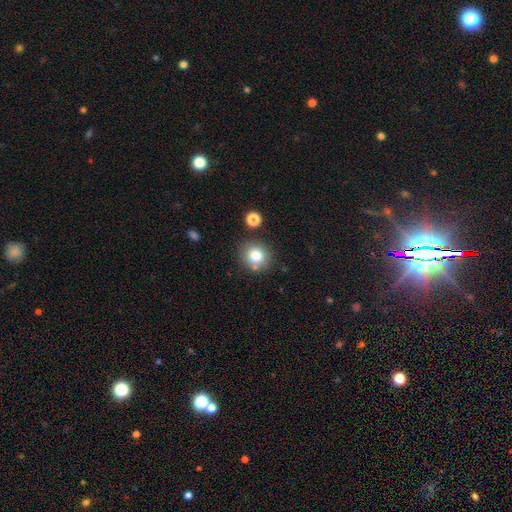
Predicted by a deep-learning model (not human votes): The model was most divided on "merging": none: 77%, minor disturbance: 11%, merger: 8%, major disturbance: 4%. More confident: how rounded — round (84%); smooth or featured — smooth (80%).